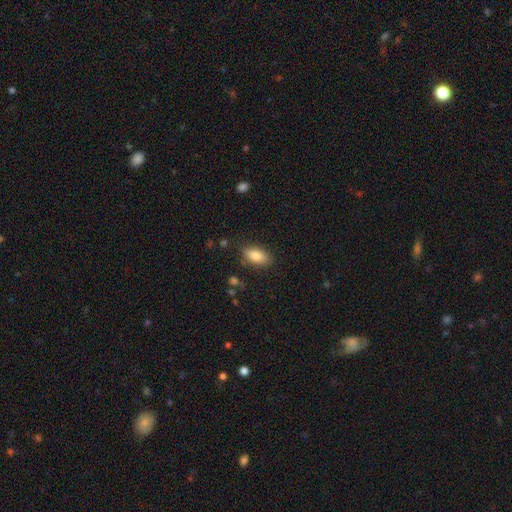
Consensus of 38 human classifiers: A smooth galaxy with no disk features (87%) that is in between round and cigar-shaped (82%).

Vote fractions:
- Smooth or featured? smooth: 87% / featured or disk: 11% / star or artifact: 3%
- How rounded? in between: 82% / cigar-shaped: 12% / round: 6%
- Merging? none: 70% / minor disturbance: 14% / major disturbance: 8% / merger: 8%